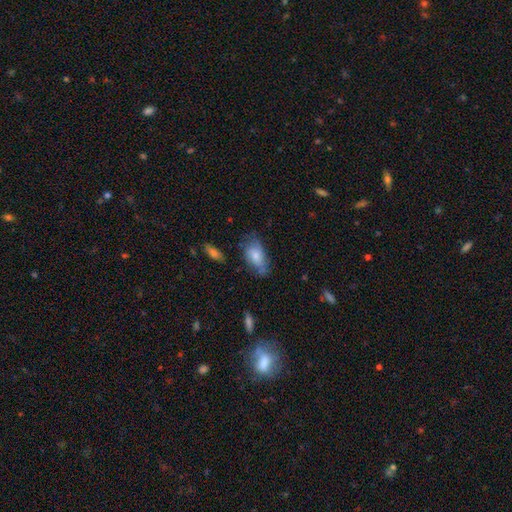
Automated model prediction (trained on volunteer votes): smooth-or-featured: smooth: 70% | featured or disk: 23% | star or artifact: 7%
  how-rounded: in between: 90% | round: 5% | cigar-shaped: 5%
  merging: none: 51% | minor disturbance: 33% | major disturbance: 12% | merger: 4%